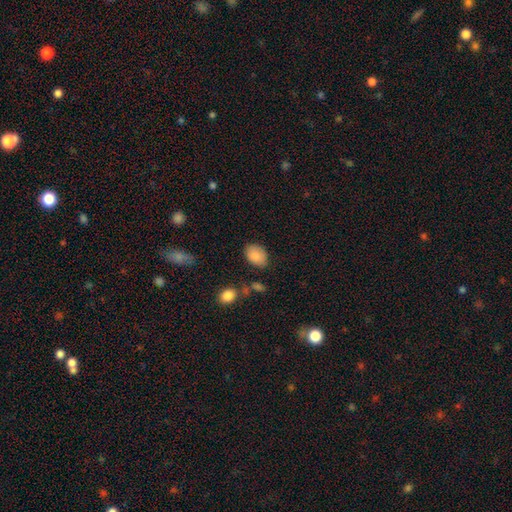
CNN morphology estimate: smooth 87%, star or artifact 7%, featured or disk 6%. Down the decision tree: how rounded — in between (82%); merging — none (79%).